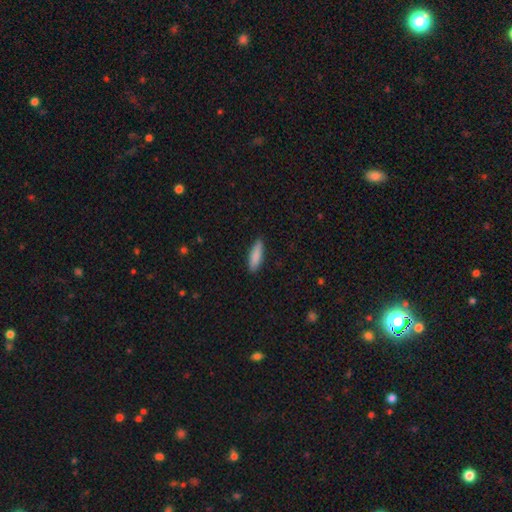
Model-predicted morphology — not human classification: A smooth galaxy with no disk features (87%) that is cigar-shaped (61%). Merging: none (87%).